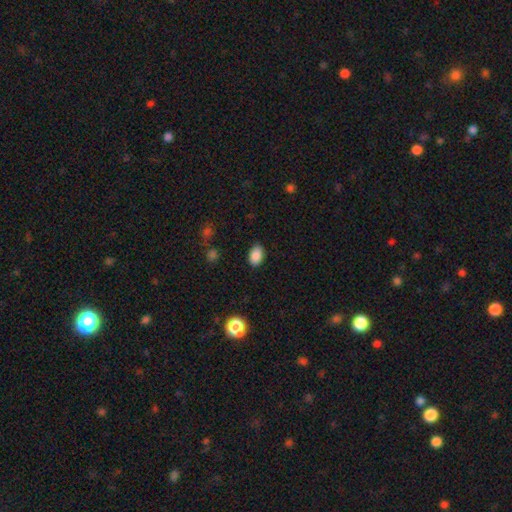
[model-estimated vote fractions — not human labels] Smooth or featured? smooth (87%)
How rounded? in between (87%)
Merging? none (85%)